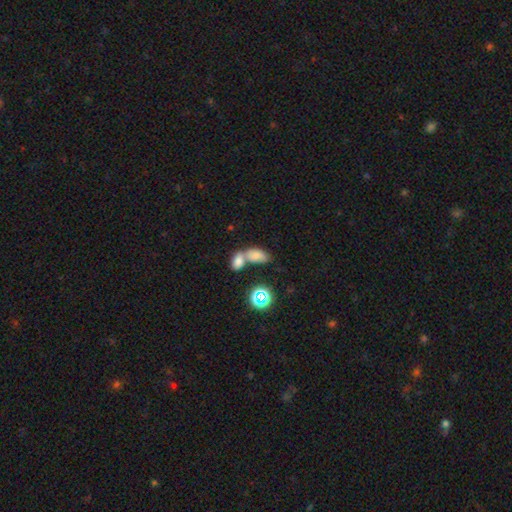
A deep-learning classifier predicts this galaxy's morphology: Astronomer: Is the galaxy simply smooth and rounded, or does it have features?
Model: smooth — 74%.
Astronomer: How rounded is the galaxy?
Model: in between — 89%.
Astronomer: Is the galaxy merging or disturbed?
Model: merger — 59%.